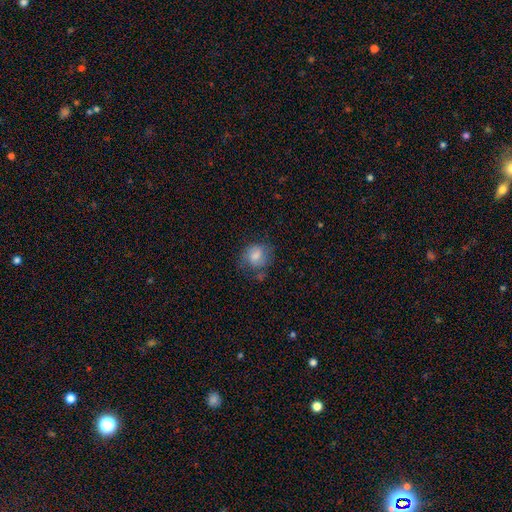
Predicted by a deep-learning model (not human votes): smooth 71%, featured or disk 20%, star or artifact 9%. Down the decision tree: how rounded — round (66%); merging — none (56%).